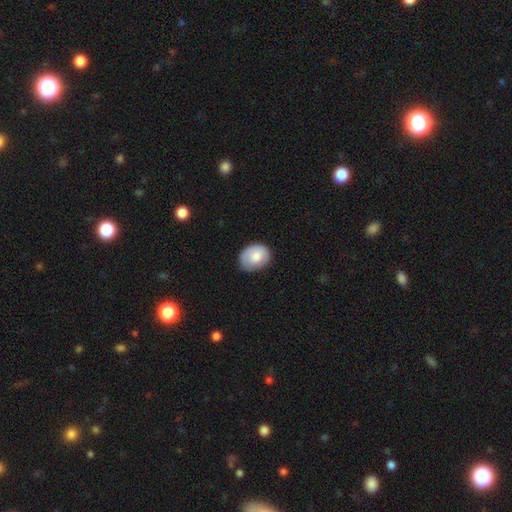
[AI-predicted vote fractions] Q: Smooth or featured?
A: smooth (79%); runner-up: featured or disk (14%)
Q: How rounded?
A: in between (62%); runner-up: round (37%)
Q: Merging?
A: none (75%); runner-up: minor disturbance (20%)